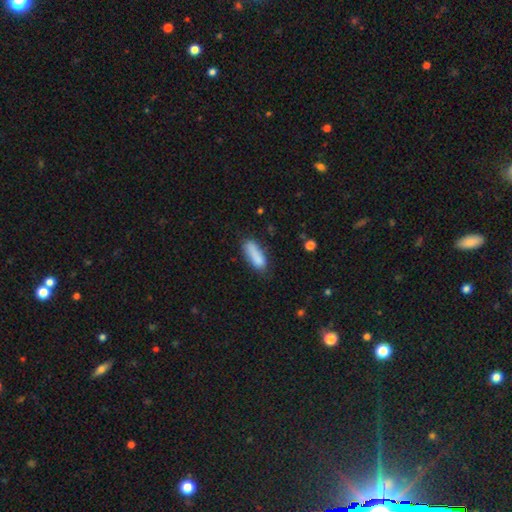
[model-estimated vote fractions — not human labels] This appears to be a smooth galaxy with no disk features (84%) that is in between round and cigar-shaped (60%). Merging: none (60%).